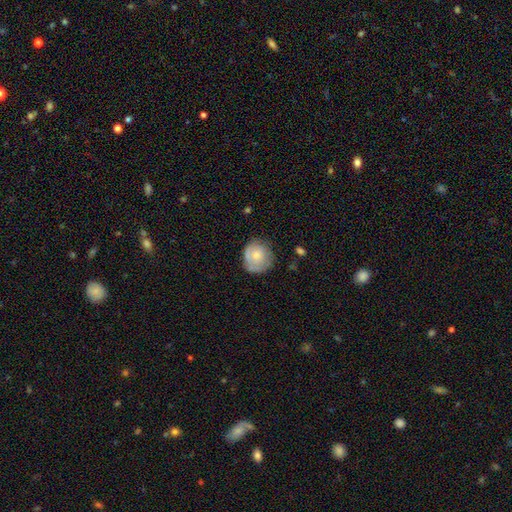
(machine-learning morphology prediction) Smooth or featured? Predicted: smooth (p=0.68). How rounded? Predicted: round (p=0.84). Merging? Predicted: none (p=0.65).